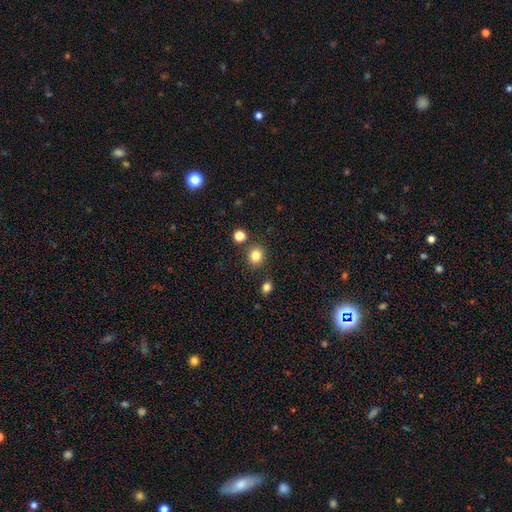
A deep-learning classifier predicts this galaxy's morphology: This is clearly a smooth galaxy (82%). How rounded: clearly round (81%). Merging: clearly none (85%).